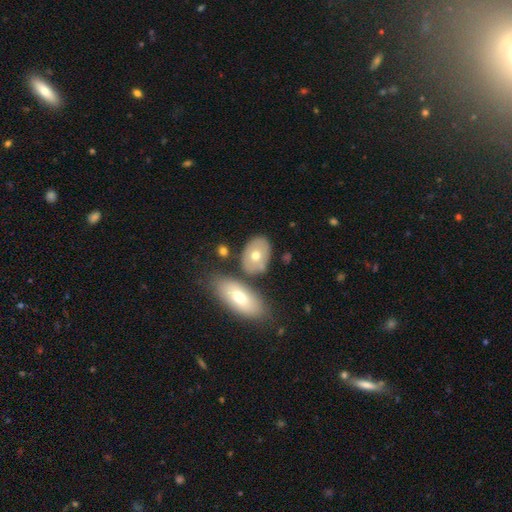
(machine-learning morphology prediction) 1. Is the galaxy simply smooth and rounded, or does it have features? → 63% smooth, 30% featured or disk, 7% star or artifact.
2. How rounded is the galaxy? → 85% in between, 13% round, 2% cigar-shaped.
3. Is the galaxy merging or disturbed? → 64% none, 19% merger, 13% minor disturbance, 4% major disturbance.